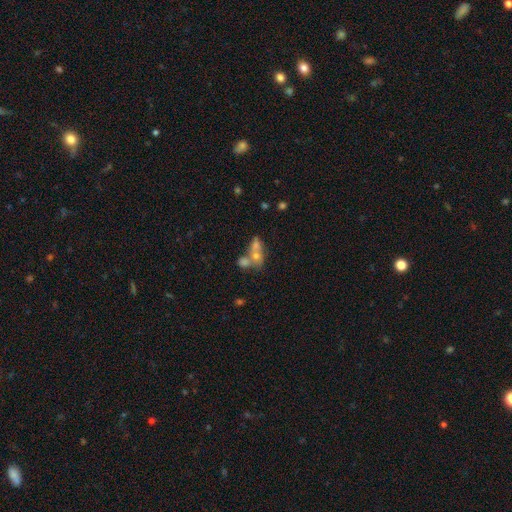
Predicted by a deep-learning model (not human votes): A smooth galaxy with no disk features (54%) that is in between round and cigar-shaped (57%). Merging: merger (62%).